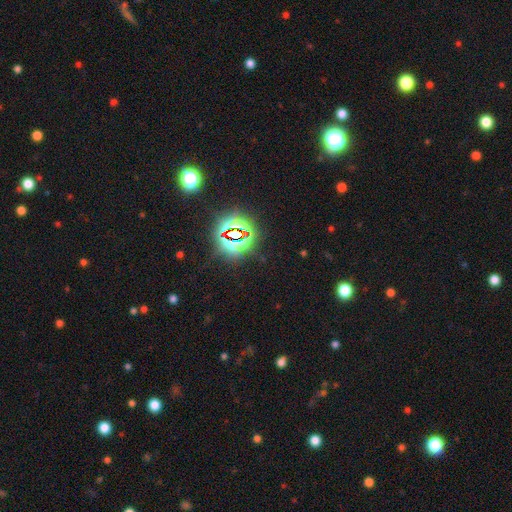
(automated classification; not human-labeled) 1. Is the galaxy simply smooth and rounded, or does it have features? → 80% star or artifact, 13% smooth, 7% featured or disk.